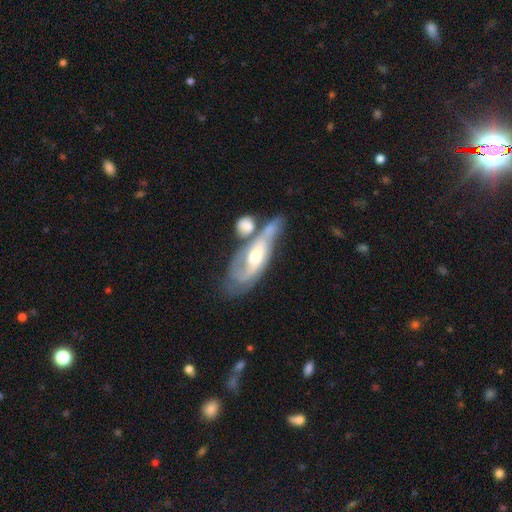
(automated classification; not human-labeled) Q: Smooth or featured?
A: featured or disk (75%); runner-up: smooth (20%)
Q: Edge-on disk?
A: no (85%); runner-up: yes (15%)
Q: Bar?
A: no (49%); runner-up: weak (37%)
Q: Spiral arms?
A: yes (85%); runner-up: no (15%)
Q: Spiral winding?
A: medium (43%); runner-up: tight (31%)
Q: Spiral arm count?
A: 2 (60%); runner-up: can't tell (18%)
Q: Bulge size?
A: moderate (62%); runner-up: small (24%)
Q: Merging?
A: merger (37%); runner-up: none (31%)